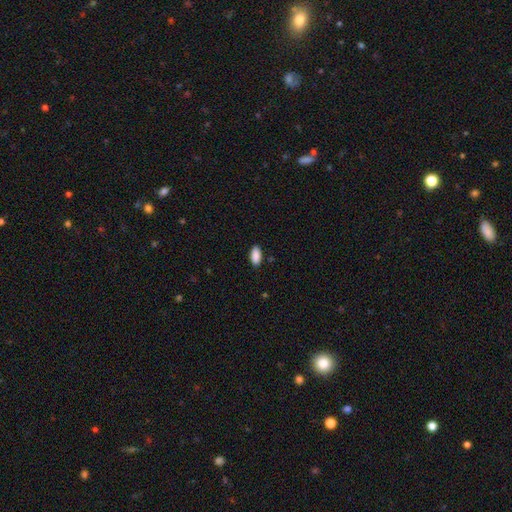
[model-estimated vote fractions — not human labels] smooth 90%, star or artifact 7%, featured or disk 3%. Down the decision tree: how rounded — in between (90%); merging — none (87%).